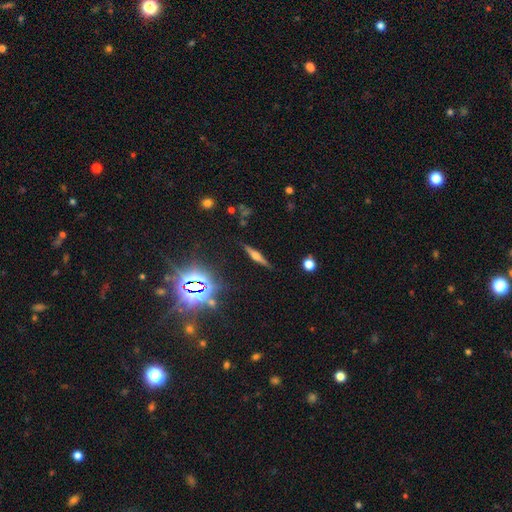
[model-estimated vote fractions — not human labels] This is likely a featured or disk galaxy (64%). It is clearly viewed edge-on (97%). Edge-on bulge: clearly rounded (86%). Merging: clearly none (87%).